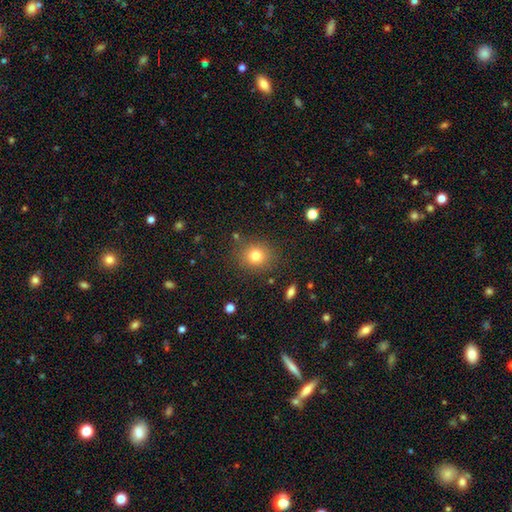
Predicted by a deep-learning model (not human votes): This is likely a smooth galaxy (79%). How rounded: clearly round (80%). Merging: clearly none (84%).